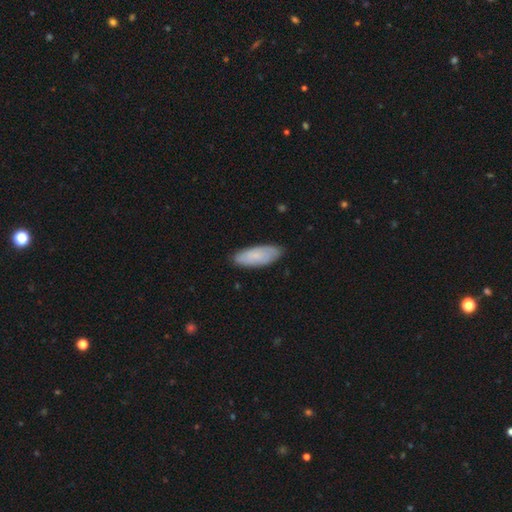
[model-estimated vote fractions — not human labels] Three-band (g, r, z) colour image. It shows a smooth galaxy with no disk features (71%) that is in between round and cigar-shaped (76%). Merging: none (83%).